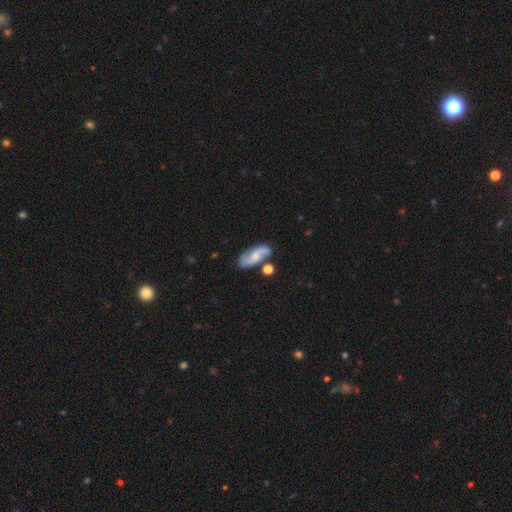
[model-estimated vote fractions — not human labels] smooth_or_featured: featured or disk (p=0.73) [alt: smooth p=0.20]
disk_edge_on: no (p=0.95) [alt: yes p=0.05]
bar: no (p=0.54) [alt: weak p=0.38]
has_spiral_arms: yes (p=0.94) [alt: no p=0.06]
spiral_winding: loose (p=0.51) [alt: medium p=0.37]
spiral_arm_count: 2 (p=0.91) [alt: can't tell p=0.04]
bulge_size: small (p=0.40) [alt: moderate p=0.35]
merging: none (p=0.68) [alt: minor disturbance p=0.15]